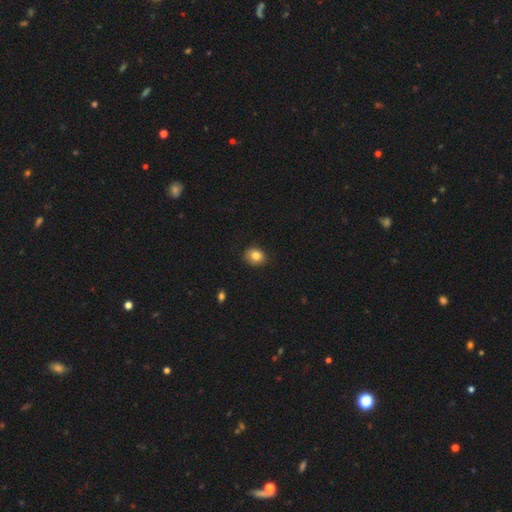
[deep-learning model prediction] smooth-or-featured: smooth: 82% | star or artifact: 10% | featured or disk: 8%
  how-rounded: round: 61% | in between: 38% | cigar-shaped: 1%
  merging: none: 87% | minor disturbance: 10% | major disturbance: 2% | merger: 1%